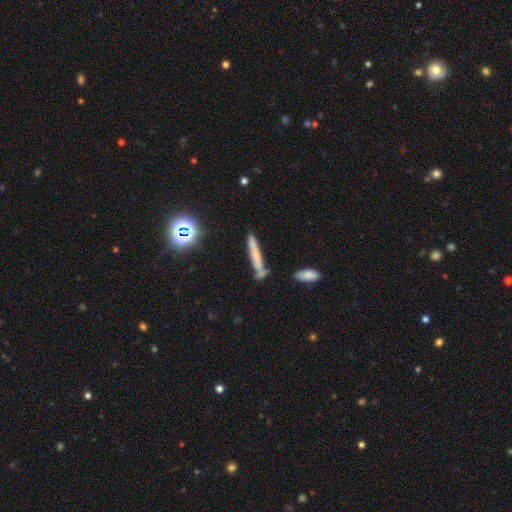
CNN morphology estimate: smooth-or-featured: smooth: 57% | featured or disk: 28% | star or artifact: 15%
  how-rounded: cigar-shaped: 91% | in between: 6% | round: 3%
  merging: none: 66% | minor disturbance: 17% | merger: 12% | major disturbance: 5%